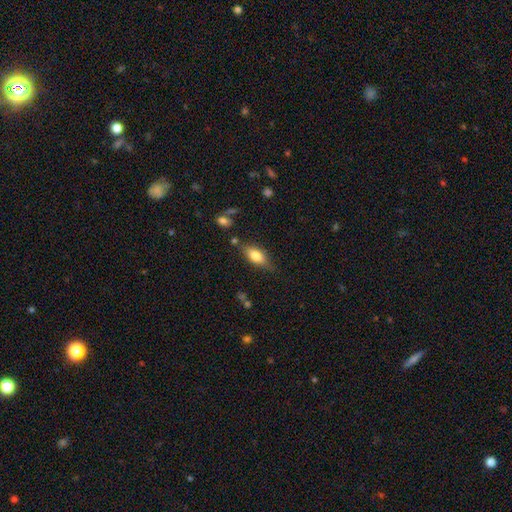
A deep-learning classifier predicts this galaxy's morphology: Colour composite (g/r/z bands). It shows a smooth galaxy with no disk features (70%) that is in between round and cigar-shaped (80%). Merging: none (70%).